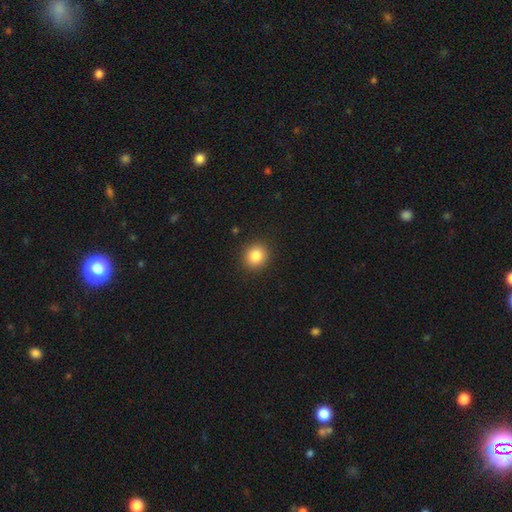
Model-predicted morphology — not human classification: This is clearly a smooth galaxy (84%). How rounded: clearly round (84%). Merging: clearly none (91%).